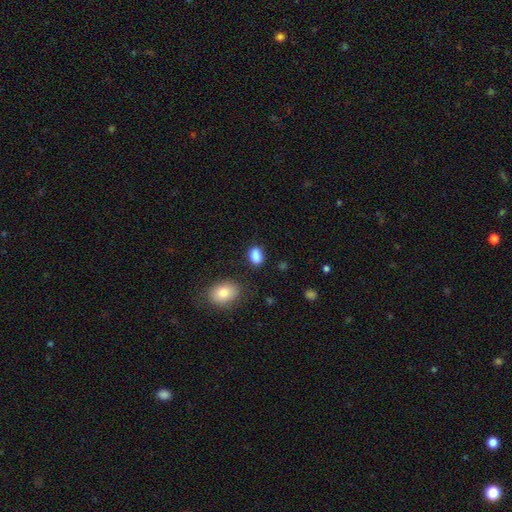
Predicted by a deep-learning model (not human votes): Morphology: type=smooth (87%); roundness=in between (81%); merging=none (77%).